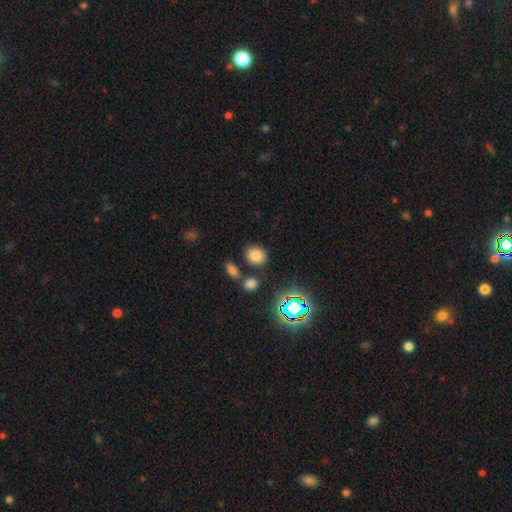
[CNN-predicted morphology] type=smooth (78%); roundness=round (68%); merging=none (77%).